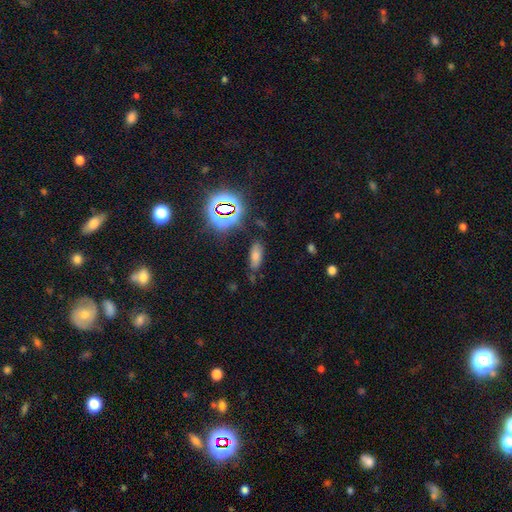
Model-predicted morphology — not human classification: smooth 65%, star or artifact 23%, featured or disk 12%. Down the decision tree: how rounded — in between (77%); merging — none (73%).